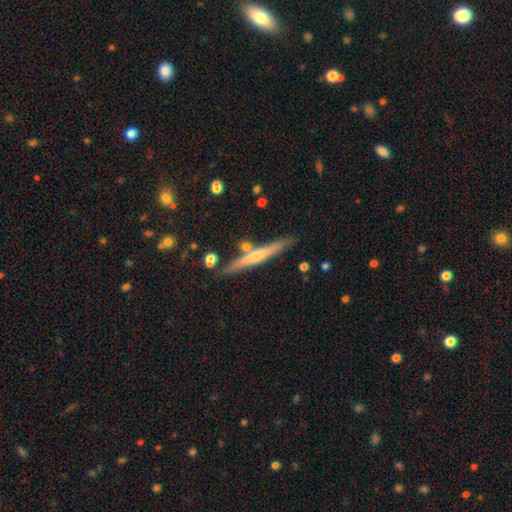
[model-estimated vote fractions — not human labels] Smooth or featured? featured or disk (59%)
Edge-on disk? yes (96%)
Edge-on bulge? rounded (57%)
Merging? none (83%)